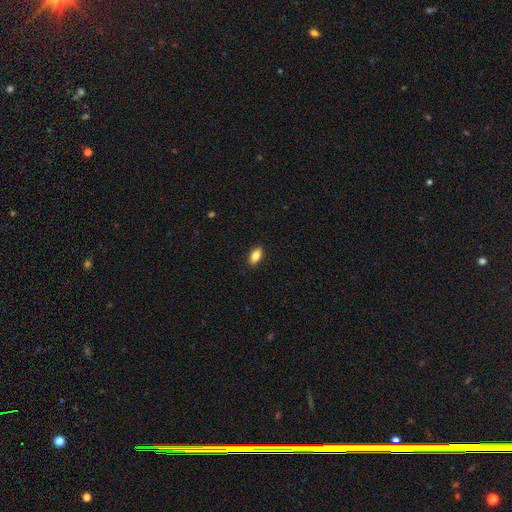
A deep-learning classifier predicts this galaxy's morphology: A smooth galaxy with no disk features (85%) that is in between round and cigar-shaped (90%).

Vote fractions:
- Smooth or featured? smooth: 85% / featured or disk: 8% / star or artifact: 8%
- How rounded? in between: 90% / cigar-shaped: 5% / round: 5%
- Merging? none: 89% / minor disturbance: 8% / major disturbance: 2% / merger: 1%